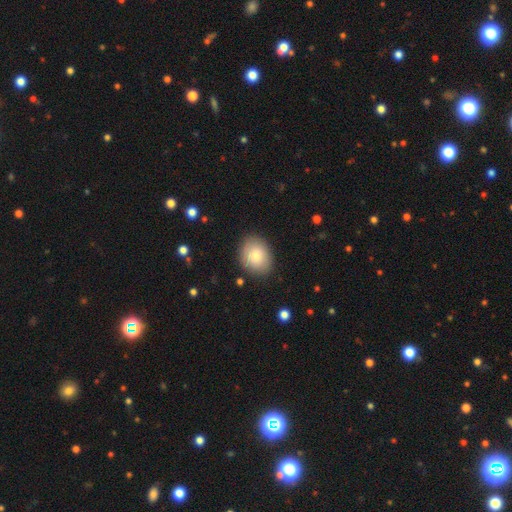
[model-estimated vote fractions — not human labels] smooth 80%, featured or disk 13%, star or artifact 7%. Down the decision tree: how rounded — in between (52%); merging — none (84%).